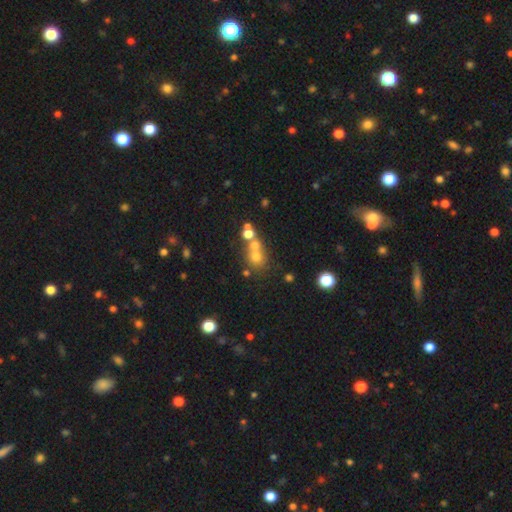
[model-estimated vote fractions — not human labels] Q: Smooth or featured?
A: smooth (58%); runner-up: star or artifact (22%)
Q: How rounded?
A: round (78%); runner-up: in between (20%)
Q: Merging?
A: merger (49%); runner-up: none (38%)